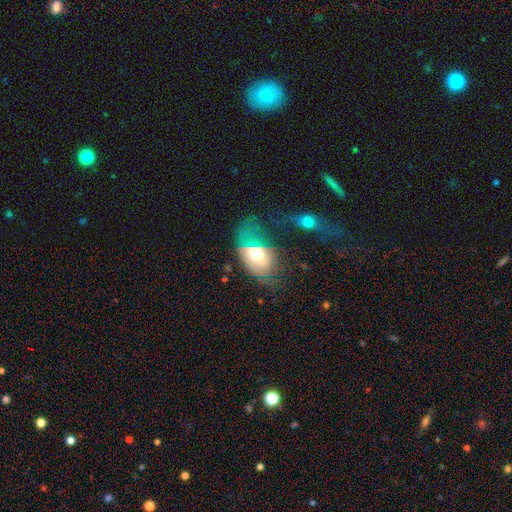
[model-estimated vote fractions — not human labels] Smooth or featured: smooth — 48% (featured or disk — 39%)
Merging: major disturbance — 41% (none — 24%)